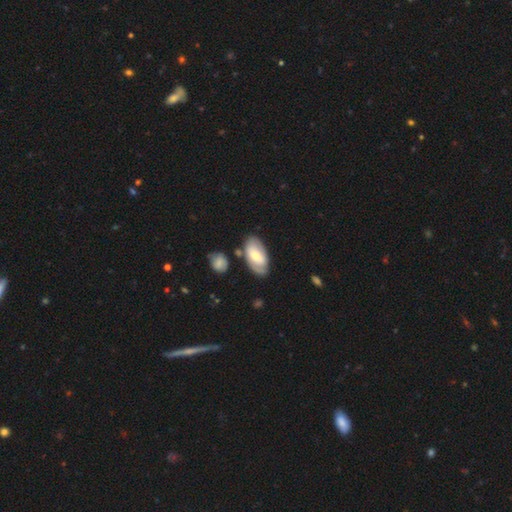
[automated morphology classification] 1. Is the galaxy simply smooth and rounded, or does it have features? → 53% smooth, 42% featured or disk, 6% star or artifact.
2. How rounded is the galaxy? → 93% in between, 4% cigar-shaped, 4% round.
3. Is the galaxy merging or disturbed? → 70% none, 18% minor disturbance, 7% merger, 5% major disturbance.